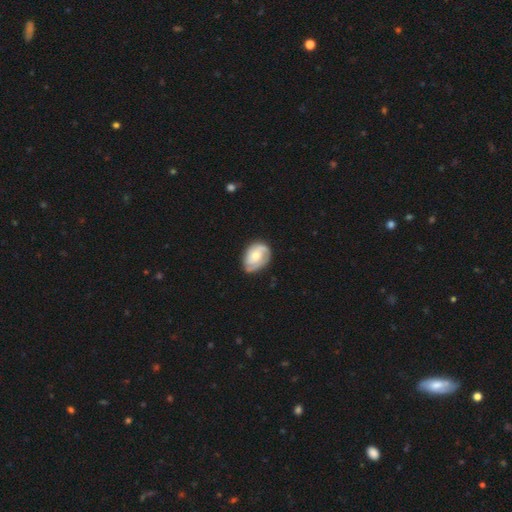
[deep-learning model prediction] Overall: featured or disk (64%; smooth 31%). Edge-on disk: no (97%). Bar: no (70%). Spiral arms: yes (87%). Spiral arm count: 2 (44%; can't tell 24%). Spiral winding: tight (47%; medium 36%). Bulge size: moderate (55%; small 38%). Merging: none (64%; minor disturbance 27%).